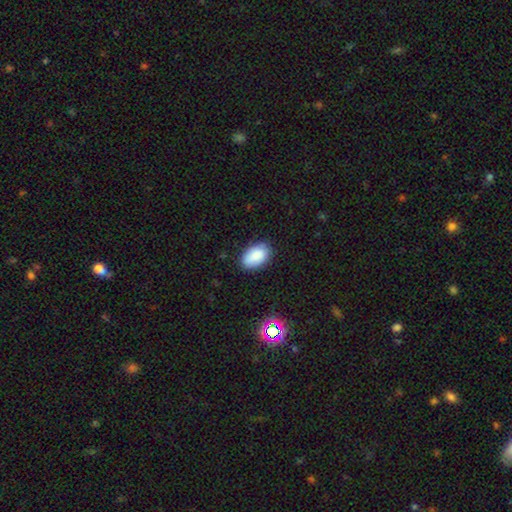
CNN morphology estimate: Smooth or featured?
  - smooth: 86% *
  - star or artifact: 8%
  - featured or disk: 6%
How rounded?
  - in between: 93% *
  - round: 6%
  - cigar-shaped: 1%
Merging?
  - none: 80% *
  - minor disturbance: 15%
  - major disturbance: 3%
  - merger: 1%